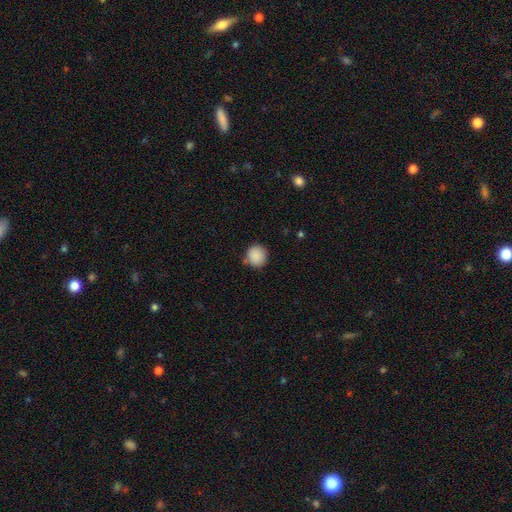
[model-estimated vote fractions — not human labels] The model was most divided on "merging": none: 81%, minor disturbance: 14%, major disturbance: 3%, merger: 3%. More confident: smooth or featured — smooth (89%); how rounded — round (88%).